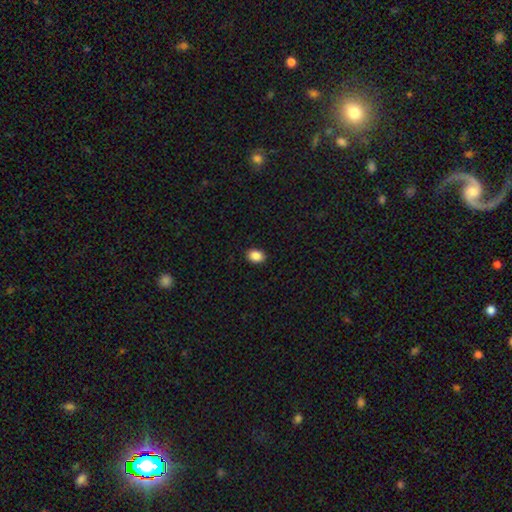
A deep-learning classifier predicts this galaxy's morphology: smooth 88%, star or artifact 9%, featured or disk 3%. Down the decision tree: how rounded — in between (65%); merging — none (91%).